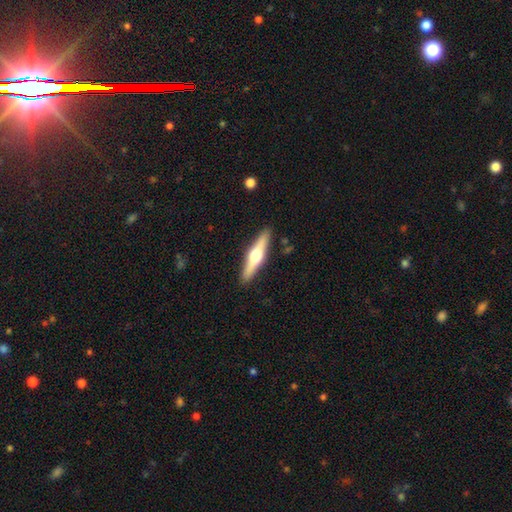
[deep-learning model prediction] featured or disk 61%, smooth 34%, star or artifact 5%. Down the decision tree: edge-on disk — yes (96%); edge-on bulge — rounded (95%); merging — none (90%).